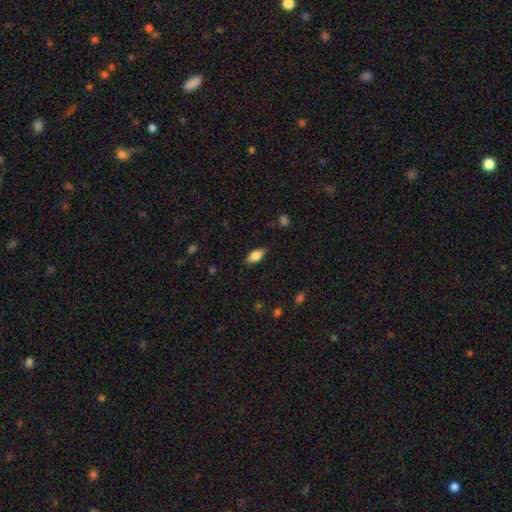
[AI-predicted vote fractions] Smooth or featured?
  - smooth: 74% *
  - featured or disk: 19%
  - star or artifact: 7%
How rounded?
  - in between: 84% *
  - cigar-shaped: 12%
  - round: 4%
Merging?
  - none: 83% *
  - minor disturbance: 13%
  - major disturbance: 3%
  - merger: 1%